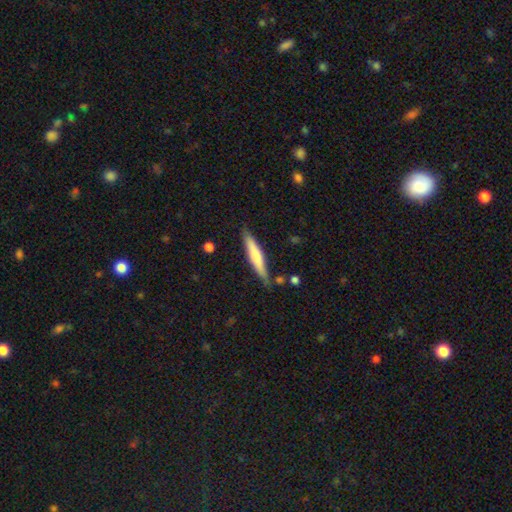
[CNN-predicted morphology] smooth 65%, featured or disk 30%, star or artifact 5%. Down the decision tree: how rounded — cigar-shaped (91%); merging — none (82%).